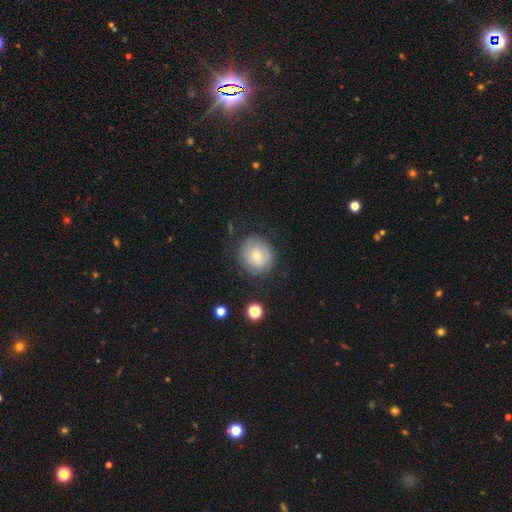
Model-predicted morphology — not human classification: Smooth or featured?
  - smooth: 61% *
  - featured or disk: 31%
  - star or artifact: 8%
How rounded?
  - round: 84% *
  - in between: 15%
  - cigar-shaped: 1%
Merging?
  - none: 74% *
  - minor disturbance: 17%
  - major disturbance: 8%
  - merger: 2%